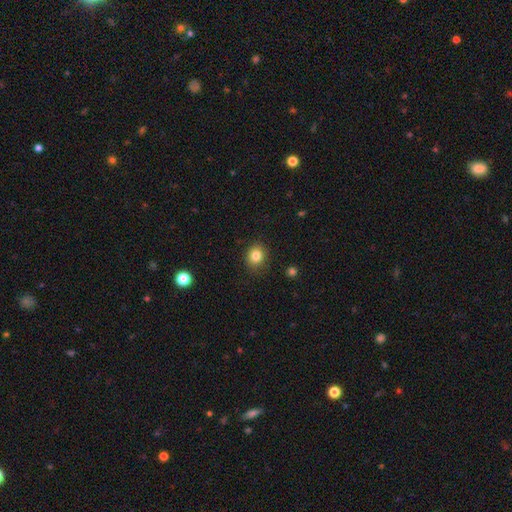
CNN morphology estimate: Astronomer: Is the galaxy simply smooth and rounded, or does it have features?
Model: smooth — 83%.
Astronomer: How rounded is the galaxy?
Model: round — 68%.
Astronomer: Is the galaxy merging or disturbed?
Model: none — 87%.